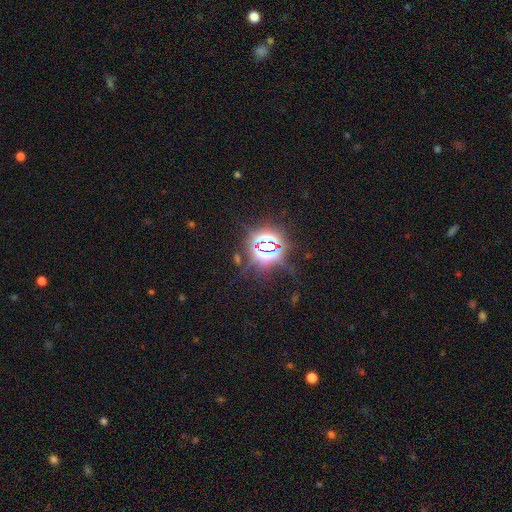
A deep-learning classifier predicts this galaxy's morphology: This appears to be a star or artifact, not a galaxy (81%).